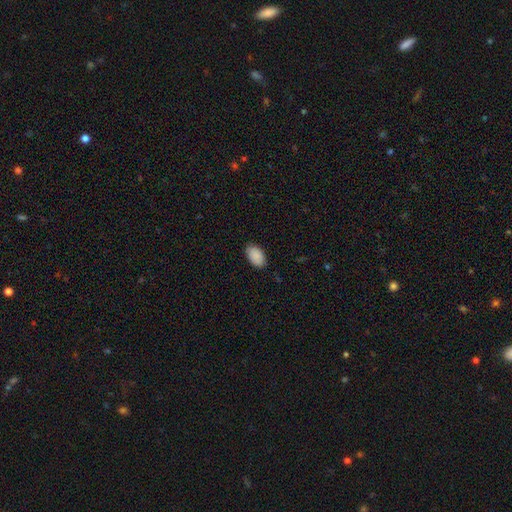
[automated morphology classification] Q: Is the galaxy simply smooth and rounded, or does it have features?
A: smooth — 91%.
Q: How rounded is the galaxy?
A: in between — 94%.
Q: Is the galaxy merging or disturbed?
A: none — 86%.